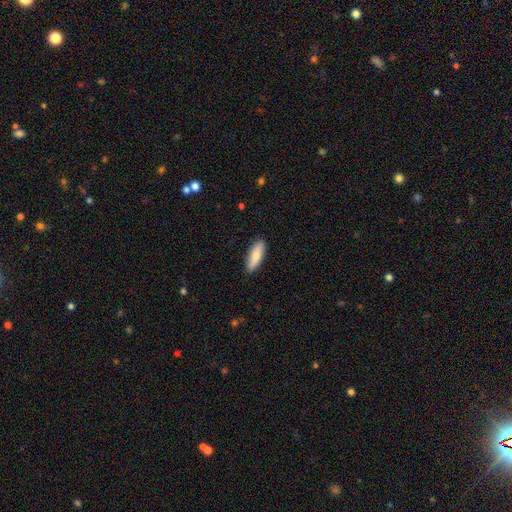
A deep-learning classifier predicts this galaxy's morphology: smooth 79%, featured or disk 15%, star or artifact 6%. Down the decision tree: how rounded — in between (59%); merging — none (89%).